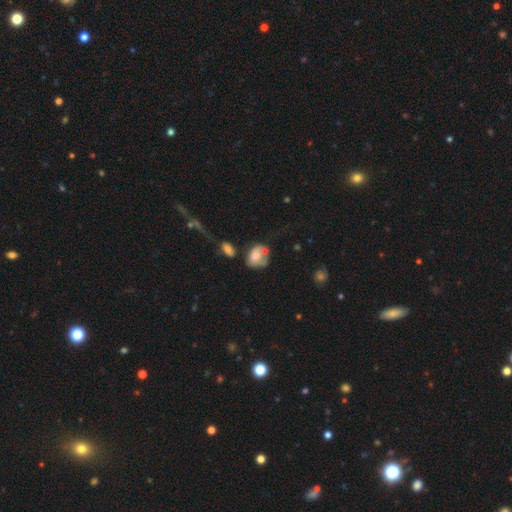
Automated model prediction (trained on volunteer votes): smooth_or_featured: smooth (p=0.62) [alt: featured or disk p=0.30]
how_rounded: in between (p=0.59) [alt: round p=0.40]
merging: none (p=0.32) [alt: merger p=0.26]